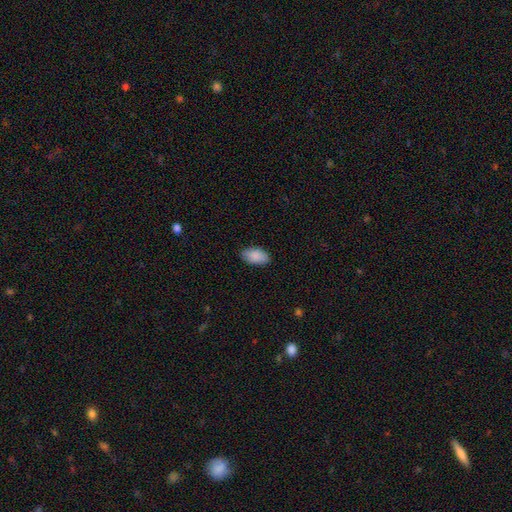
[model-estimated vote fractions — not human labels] smooth-or-featured: smooth: 88% | star or artifact: 6% | featured or disk: 5%
  how-rounded: in between: 94% | round: 4% | cigar-shaped: 2%
  merging: none: 85% | minor disturbance: 12% | major disturbance: 2% | merger: 1%